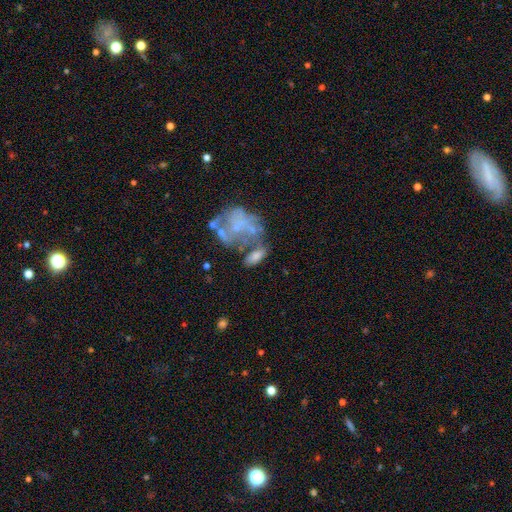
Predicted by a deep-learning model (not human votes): Q: Smooth or featured?
A: smooth (55%); runner-up: featured or disk (35%)
Q: How rounded?
A: in between (87%); runner-up: round (8%)
Q: Merging?
A: none (33%); runner-up: merger (31%)